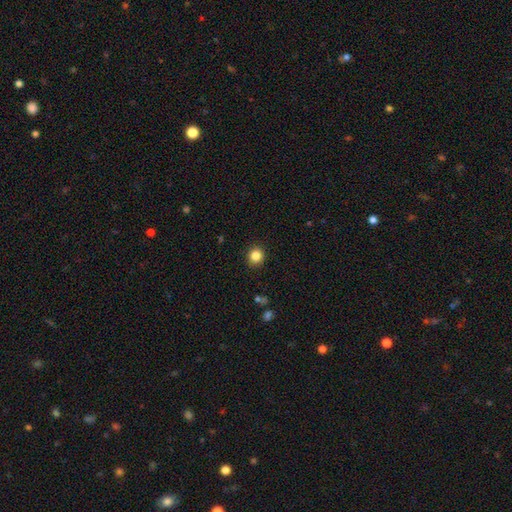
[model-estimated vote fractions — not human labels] A smooth galaxy with no disk features (85%) that is round (89%). Merging: none (91%).